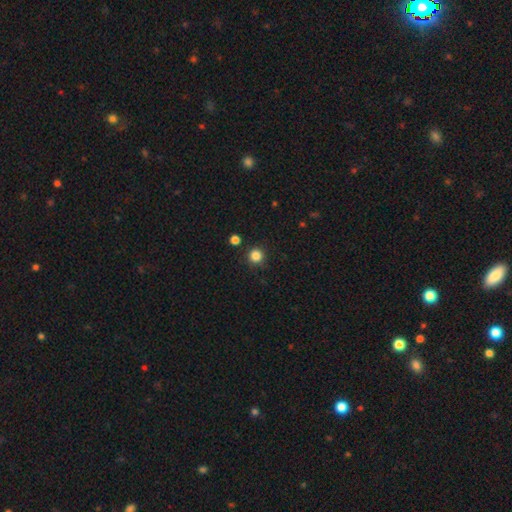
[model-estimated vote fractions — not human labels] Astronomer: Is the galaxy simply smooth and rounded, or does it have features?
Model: smooth — 84%.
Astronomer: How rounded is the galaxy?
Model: round — 95%.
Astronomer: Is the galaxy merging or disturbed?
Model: none — 90%.